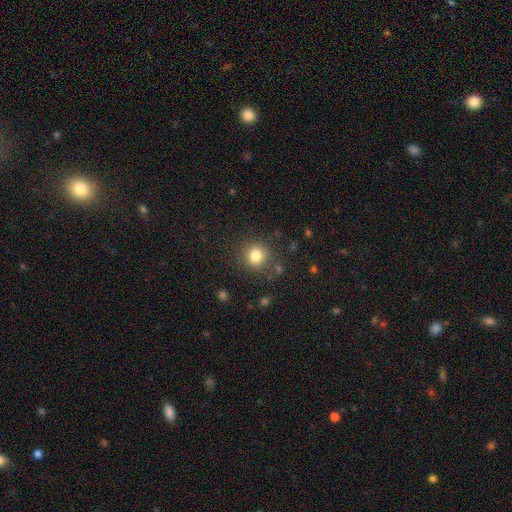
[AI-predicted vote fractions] A smooth galaxy with no disk features (80%) that is round (88%).

Vote fractions:
- Smooth or featured? smooth: 80% / star or artifact: 13% / featured or disk: 7%
- How rounded? round: 88% / in between: 11% / cigar-shaped: 1%
- Merging? none: 83% / minor disturbance: 10% / major disturbance: 4% / merger: 3%